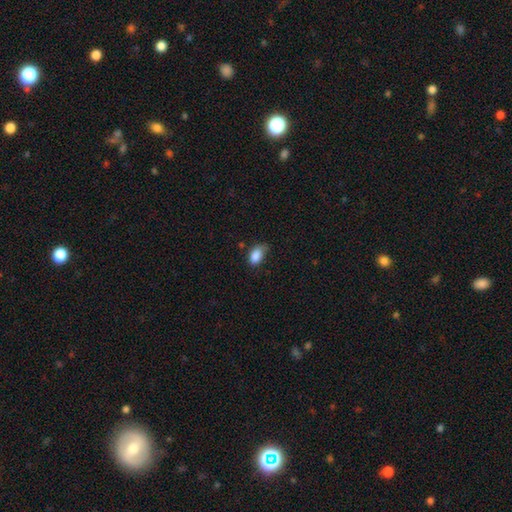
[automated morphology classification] smooth_or_featured: smooth (p=0.87) [alt: star or artifact p=0.08]
how_rounded: in between (p=0.90) [alt: round p=0.08]
merging: none (p=0.53) [alt: minor disturbance p=0.36]